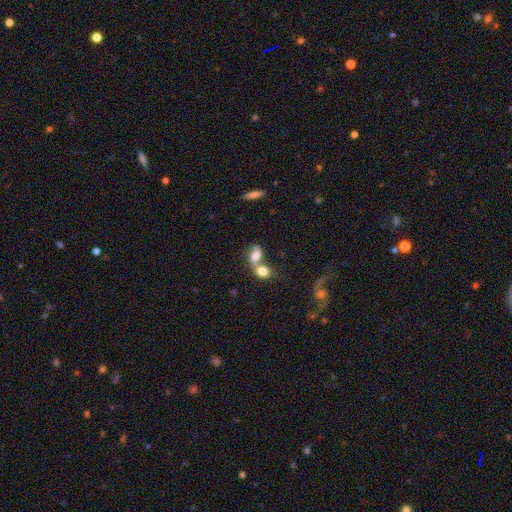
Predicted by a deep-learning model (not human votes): smooth-or-featured: smooth: 69% | featured or disk: 21% | star or artifact: 10%
  how-rounded: in between: 71% | round: 26% | cigar-shaped: 3%
  merging: merger: 72% | none: 16% | minor disturbance: 6% | major disturbance: 5%